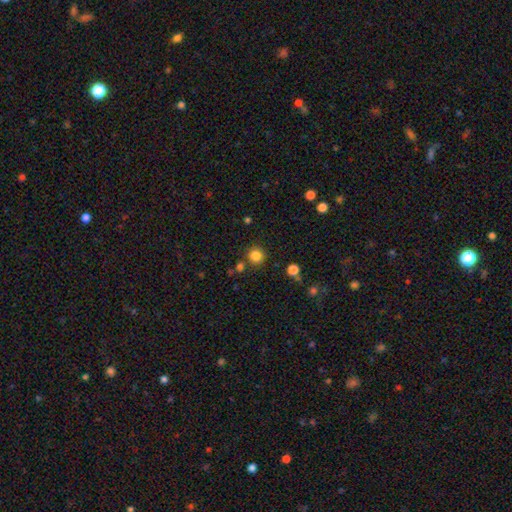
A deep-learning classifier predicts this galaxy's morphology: Smooth or featured? Predicted: smooth (p=0.83). How rounded? Predicted: round (p=0.93). Merging? Predicted: none (p=0.84).